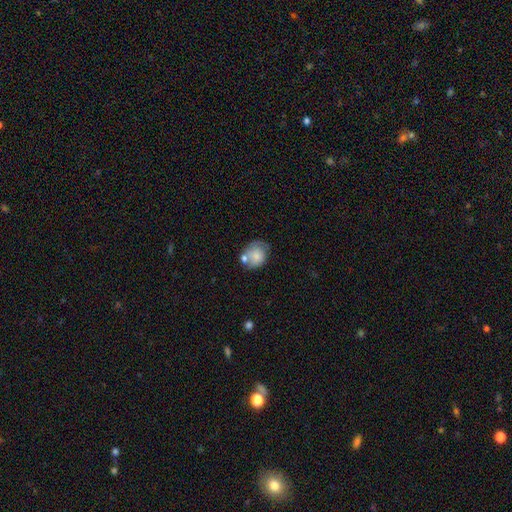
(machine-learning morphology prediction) smooth_or_featured: smooth (p=0.69) [alt: featured or disk p=0.23]
how_rounded: round (p=0.56) [alt: in between p=0.43]
merging: none (p=0.46) [alt: minor disturbance p=0.24]